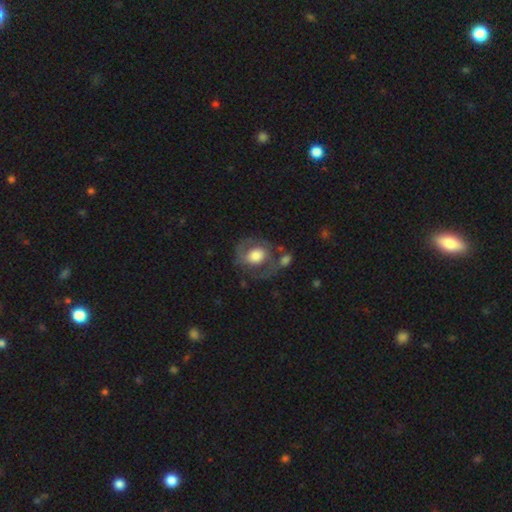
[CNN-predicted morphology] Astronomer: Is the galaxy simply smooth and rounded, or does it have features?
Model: featured or disk — 52% (runner-up: smooth, 42%).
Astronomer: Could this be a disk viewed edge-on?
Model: no — 96%.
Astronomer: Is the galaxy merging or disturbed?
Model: none — 49%.